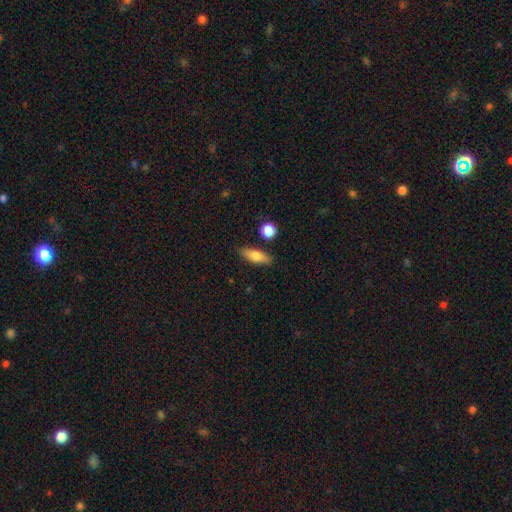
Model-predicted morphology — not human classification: The model was most divided on "how rounded": in between: 54%, cigar-shaped: 41%, round: 4%. More confident: merging — none (83%); smooth or featured — smooth (73%).